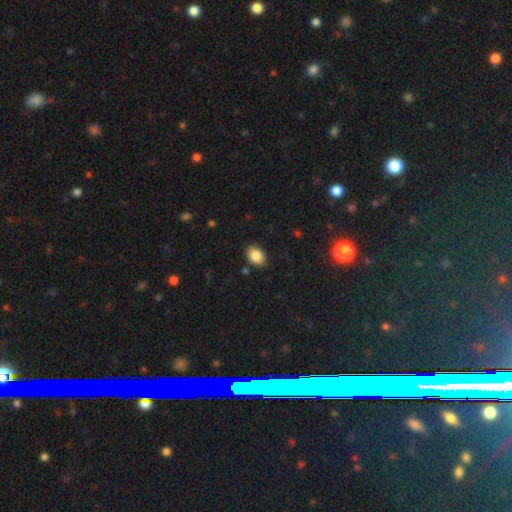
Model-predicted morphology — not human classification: This appears to be a smooth galaxy with no disk features (87%) that is in between round and cigar-shaped (80%). Merging: none (85%).